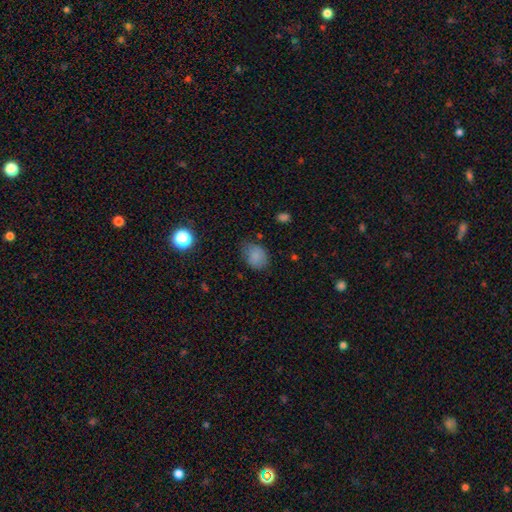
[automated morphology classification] This appears to be a smooth galaxy with no disk features (81%) that is in between round and cigar-shaped (58%). Merging: none (63%).